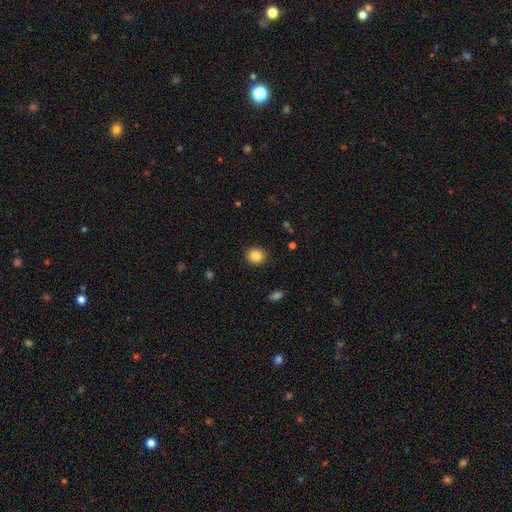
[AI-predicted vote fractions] A smooth galaxy with no disk features (86%) that is round (76%). Merging: none (89%).